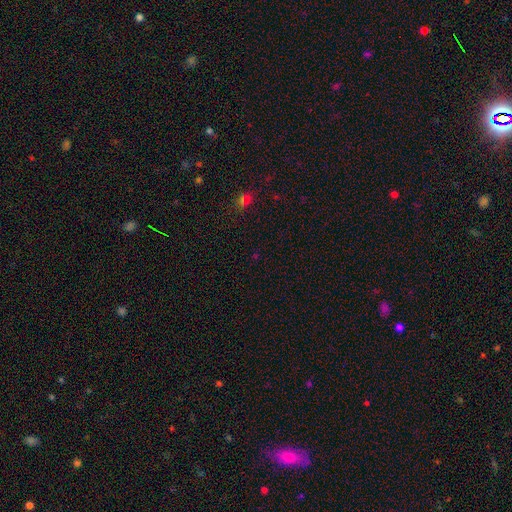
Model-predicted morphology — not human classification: Overall: star or artifact (63%; smooth 29%).